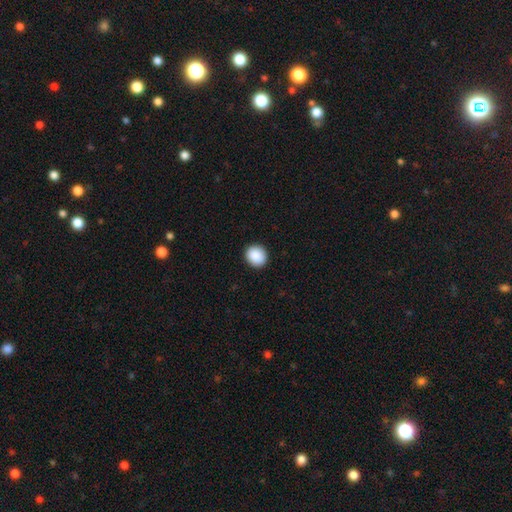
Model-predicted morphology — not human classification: Overall: smooth (89%). How rounded: round (78%). Merging: none (91%).